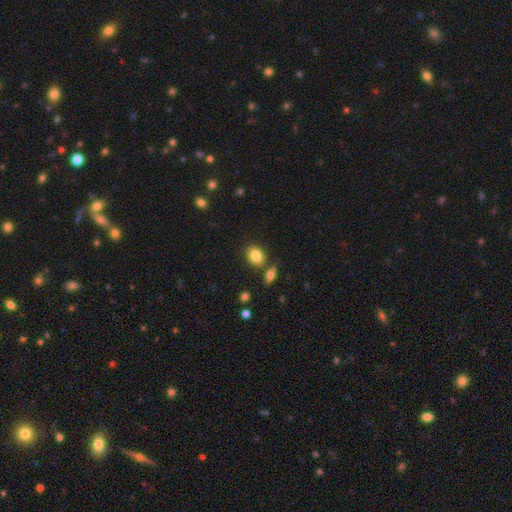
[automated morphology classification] The model was most divided on "how rounded": in between: 56%, round: 43%, cigar-shaped: 1%. More confident: smooth or featured — smooth (84%); merging — none (75%).